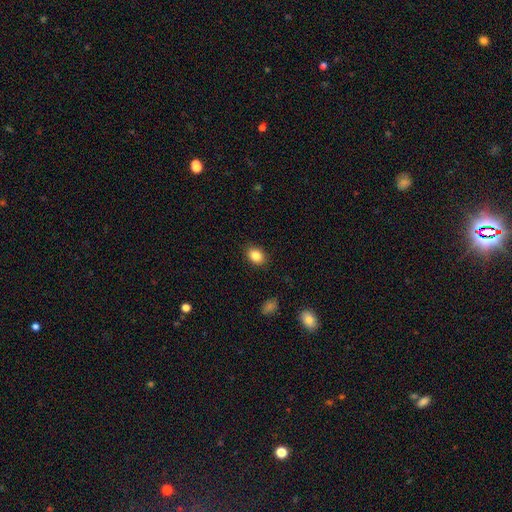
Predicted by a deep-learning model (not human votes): smooth_or_featured: smooth (p=0.85) [alt: star or artifact p=0.09]
how_rounded: in between (p=0.67) [alt: round p=0.32]
merging: none (p=0.88) [alt: minor disturbance p=0.09]